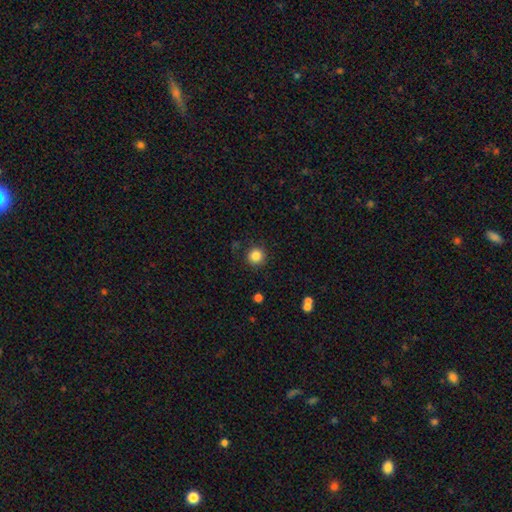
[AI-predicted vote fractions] Smooth or featured?
  - smooth: 85% *
  - star or artifact: 11%
  - featured or disk: 4%
How rounded?
  - round: 94% *
  - in between: 5%
  - cigar-shaped: 1%
Merging?
  - none: 89% *
  - minor disturbance: 7%
  - major disturbance: 2%
  - merger: 2%